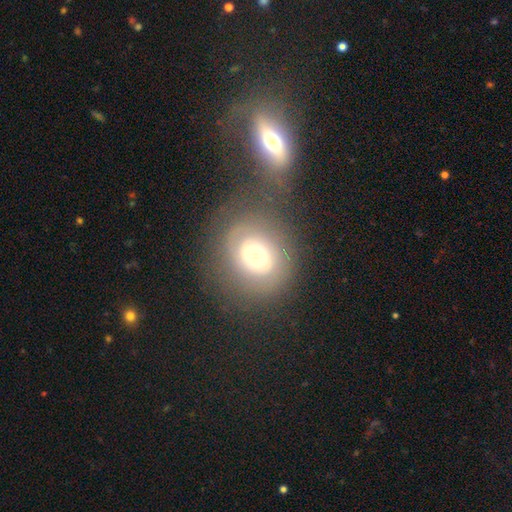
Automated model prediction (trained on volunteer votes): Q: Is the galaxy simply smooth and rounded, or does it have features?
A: smooth — 55%.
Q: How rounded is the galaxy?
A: round — 72%.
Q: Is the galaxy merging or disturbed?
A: none — 57%.